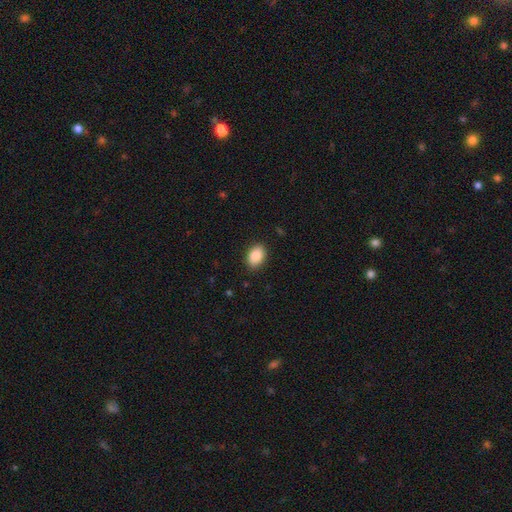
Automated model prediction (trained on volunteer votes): This appears to be a smooth galaxy with no disk features (87%) that is in between round and cigar-shaped (82%). Merging: none (88%).